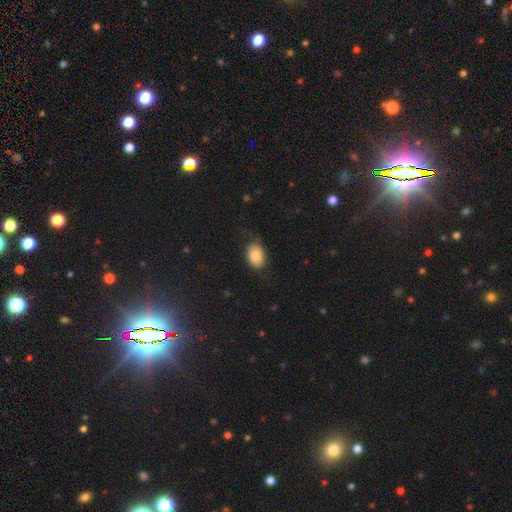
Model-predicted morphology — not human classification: A smooth galaxy with no disk features (75%) that is in between round and cigar-shaped (81%).

Vote fractions:
- Smooth or featured? smooth: 75% / featured or disk: 17% / star or artifact: 8%
- How rounded? in between: 81% / round: 18% / cigar-shaped: 1%
- Merging? none: 68% / minor disturbance: 23% / major disturbance: 7% / merger: 1%